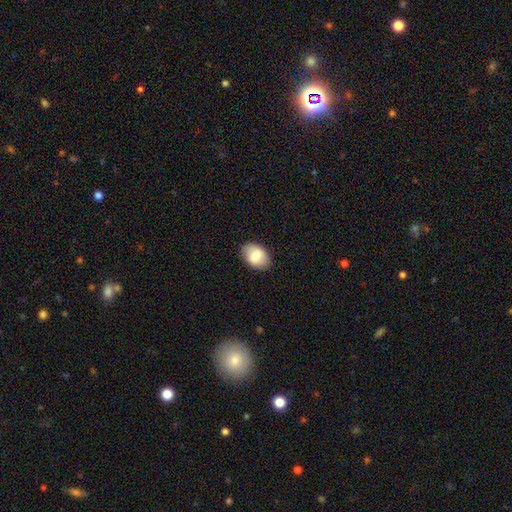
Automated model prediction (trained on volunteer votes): Smooth or featured? smooth (73%)
How rounded? in between (84%)
Merging? none (86%)